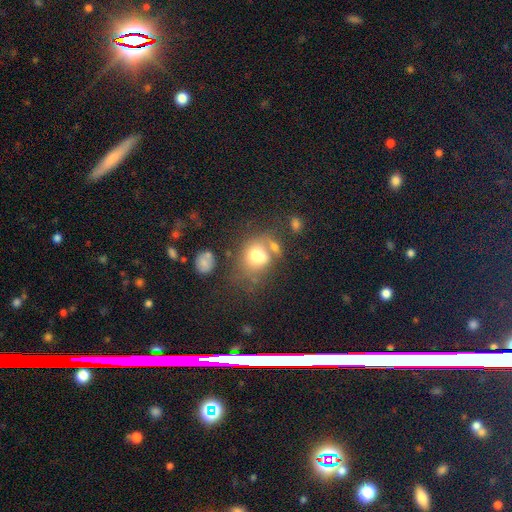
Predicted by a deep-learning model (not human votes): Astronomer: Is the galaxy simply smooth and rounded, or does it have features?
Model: smooth — 69%.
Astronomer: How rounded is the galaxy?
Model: in between — 53% (runner-up: round, 46%).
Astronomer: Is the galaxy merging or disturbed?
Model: merger — 34% (runner-up: none, 33%).